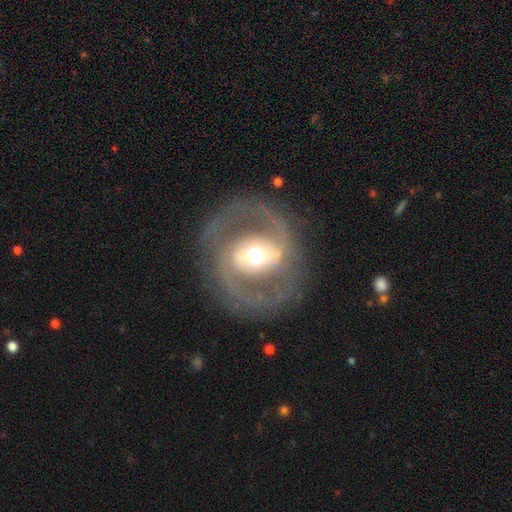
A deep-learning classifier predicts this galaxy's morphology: Smooth or featured? featured or disk (78%)
Edge-on disk? no (96%)
Bar? strong (38%)
Spiral arms? yes (68%)
Spiral winding? medium (47%)
Spiral arm count? 2 (86%)
Bulge size? moderate (58%)
Merging? none (78%)